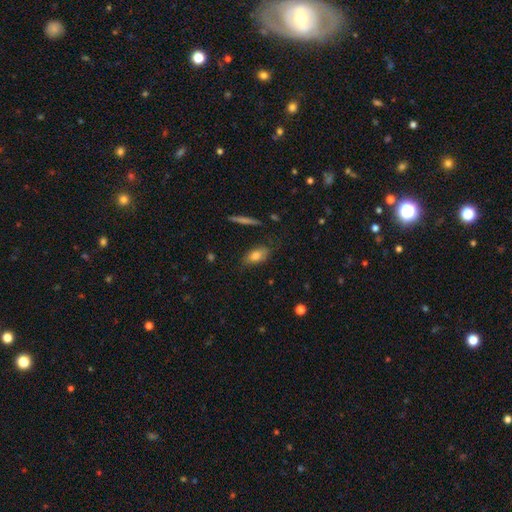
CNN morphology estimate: Smooth or featured?
  - smooth: 77% *
  - featured or disk: 15%
  - star or artifact: 8%
How rounded?
  - in between: 81% *
  - cigar-shaped: 12%
  - round: 7%
Merging?
  - none: 73% *
  - minor disturbance: 20%
  - major disturbance: 5%
  - merger: 3%